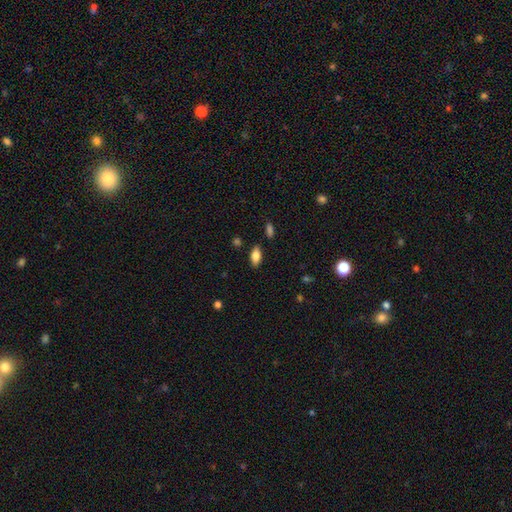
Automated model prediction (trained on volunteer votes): Overall: smooth (80%). How rounded: in between (87%). Merging: none (83%).